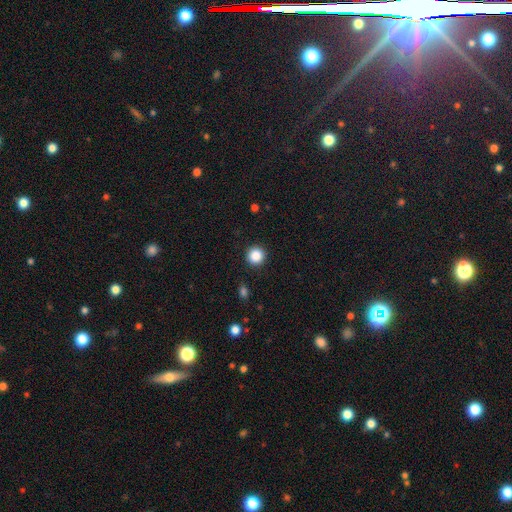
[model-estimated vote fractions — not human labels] Overall: smooth (87%). How rounded: round (95%). Merging: none (92%).